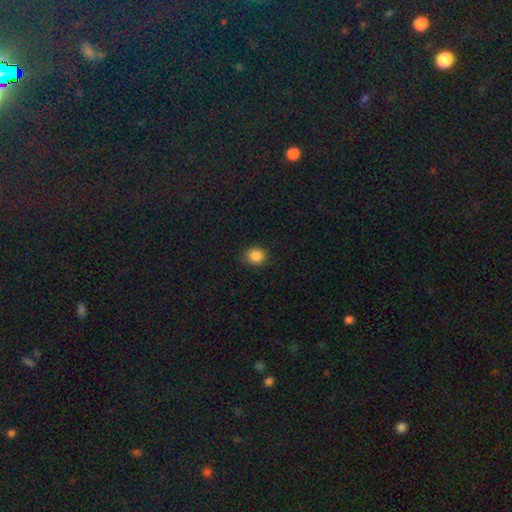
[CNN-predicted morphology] This is clearly a smooth galaxy (86%). How rounded: clearly round (83%). Merging: clearly none (86%).